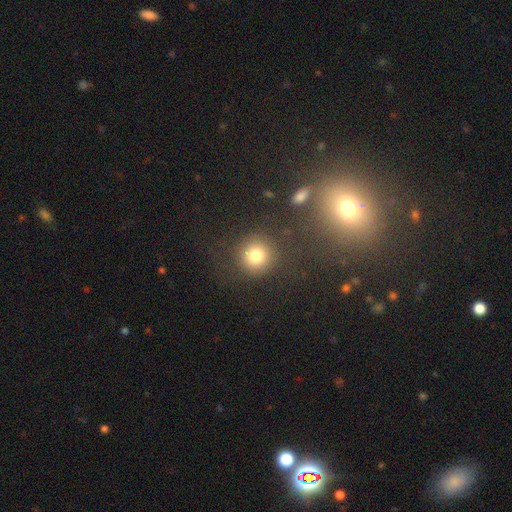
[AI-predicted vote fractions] Smooth or featured? Predicted: smooth (p=0.79). How rounded? Predicted: round (p=0.92). Merging? Predicted: none (p=0.83).